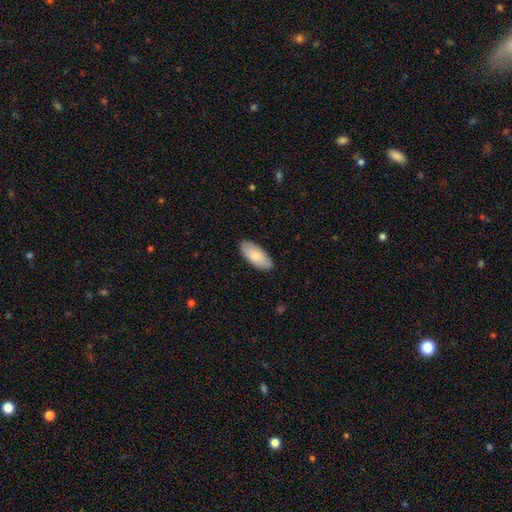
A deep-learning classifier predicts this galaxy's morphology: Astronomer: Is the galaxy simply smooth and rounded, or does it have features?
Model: smooth — 82%.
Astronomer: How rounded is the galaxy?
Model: in between — 90%.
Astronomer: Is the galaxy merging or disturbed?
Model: none — 87%.